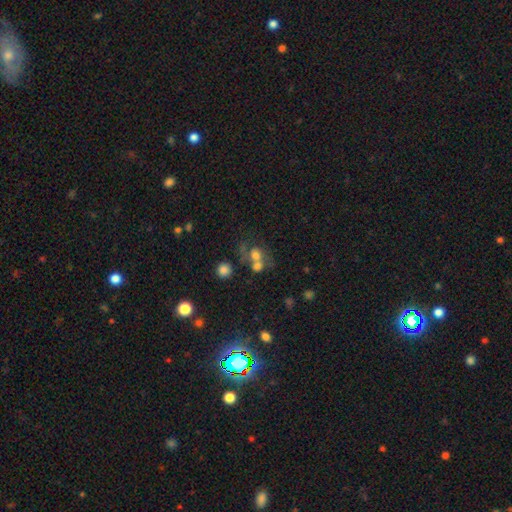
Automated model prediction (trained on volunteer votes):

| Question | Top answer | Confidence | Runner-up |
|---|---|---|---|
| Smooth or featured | smooth | 59% | featured or disk (26%) |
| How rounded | round | 62% | in between (37%) |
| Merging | merger | 53% | none (27%) |